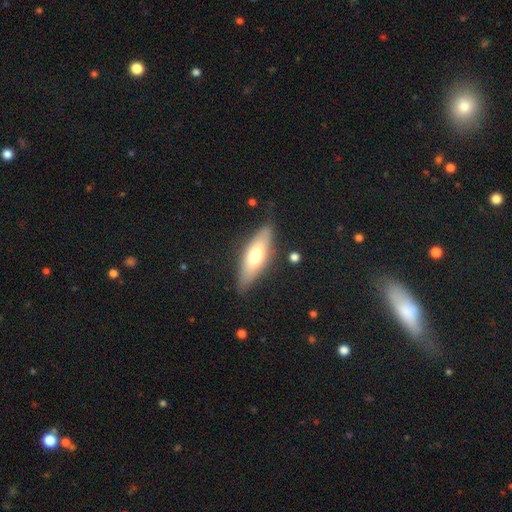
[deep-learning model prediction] A smooth galaxy with no disk features (59%) that is in between round and cigar-shaped (56%). Merging: none (80%).